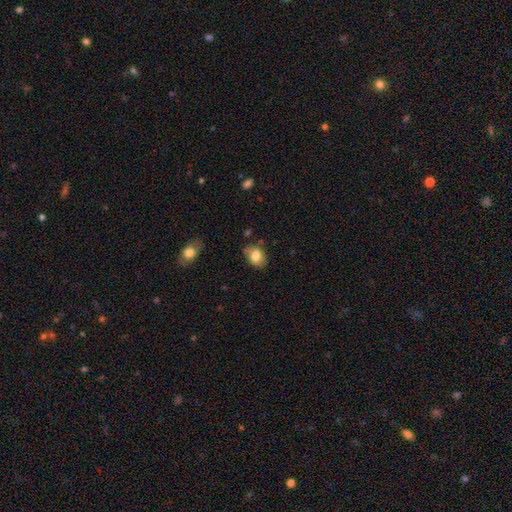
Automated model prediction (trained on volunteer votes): Smooth or featured: smooth — 80% (featured or disk — 12%)
How rounded: in between — 74% (round — 25%)
Merging: none — 76% (minor disturbance — 17%)